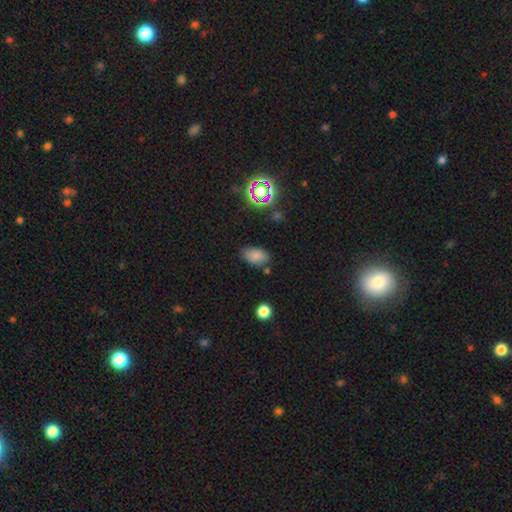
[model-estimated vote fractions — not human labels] smooth_or_featured: smooth (p=0.80) [alt: star or artifact p=0.13]
how_rounded: in between (p=0.91) [alt: round p=0.07]
merging: none (p=0.78) [alt: minor disturbance p=0.15]